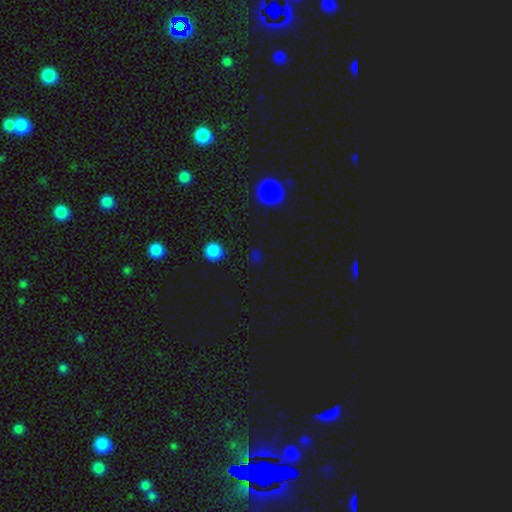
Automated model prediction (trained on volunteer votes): Overall: smooth (51%; star or artifact 42%). How rounded: round (87%). Merging: none (84%).